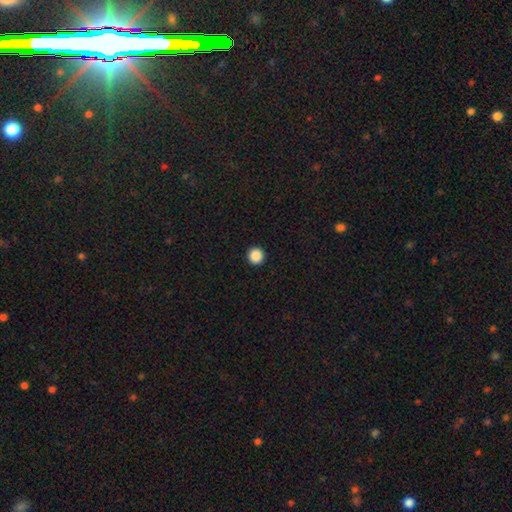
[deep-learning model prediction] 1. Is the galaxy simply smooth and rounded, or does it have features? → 88% smooth, 9% star or artifact, 2% featured or disk.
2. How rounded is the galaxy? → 96% round, 3% in between, 1% cigar-shaped.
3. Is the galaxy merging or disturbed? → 94% none, 4% minor disturbance, 1% major disturbance, 1% merger.